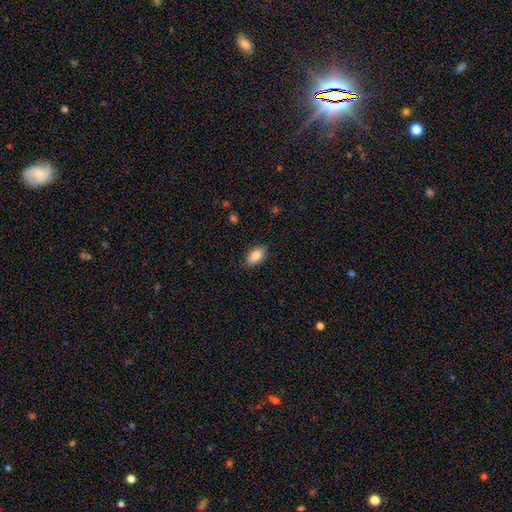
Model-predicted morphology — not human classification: Smooth or featured: smooth — 85% (featured or disk — 8%)
How rounded: in between — 91% (round — 5%)
Merging: none — 86% (minor disturbance — 11%)